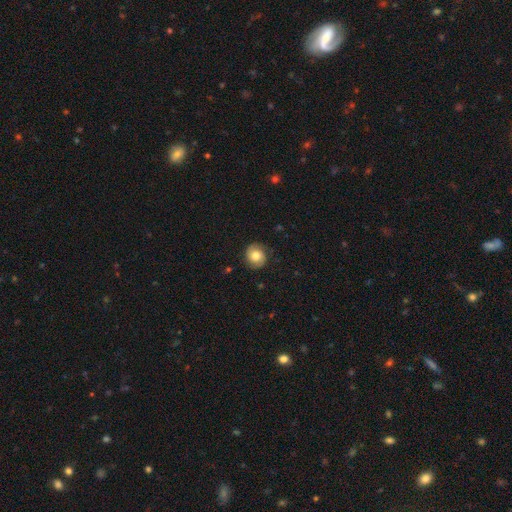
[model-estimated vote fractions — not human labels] Smooth or featured? Predicted: smooth (p=0.59). How rounded? Predicted: round (p=0.84). Merging? Predicted: none (p=0.84).